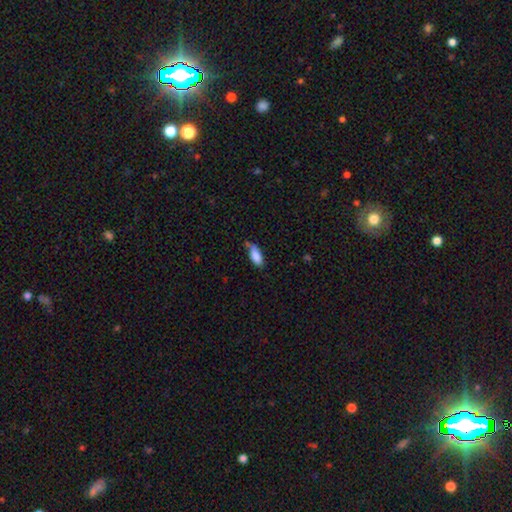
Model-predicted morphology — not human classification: This appears to be a smooth galaxy with no disk features (85%) that is in between round and cigar-shaped (83%). Merging: none (51%).